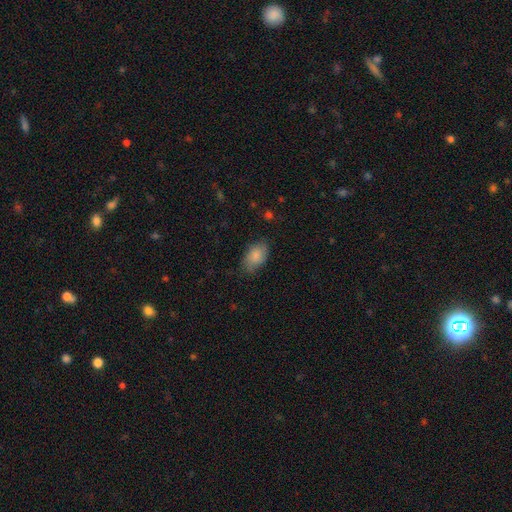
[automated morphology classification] Smooth or featured? smooth (84%)
How rounded? in between (92%)
Merging? none (72%)